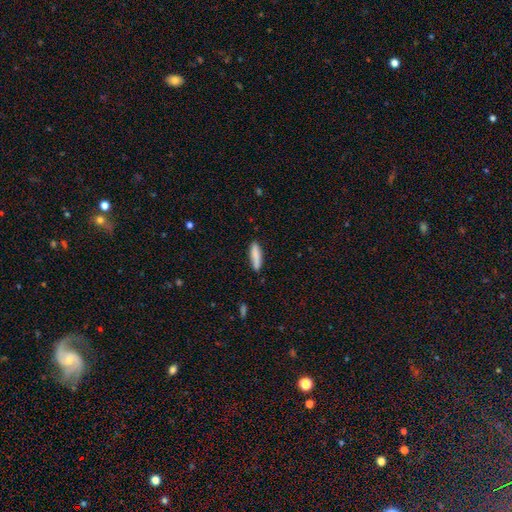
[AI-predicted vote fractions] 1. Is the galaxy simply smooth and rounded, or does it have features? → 85% smooth, 9% featured or disk, 6% star or artifact.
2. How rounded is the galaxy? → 71% cigar-shaped, 28% in between, 1% round.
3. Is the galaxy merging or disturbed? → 81% none, 15% minor disturbance, 2% major disturbance, 2% merger.